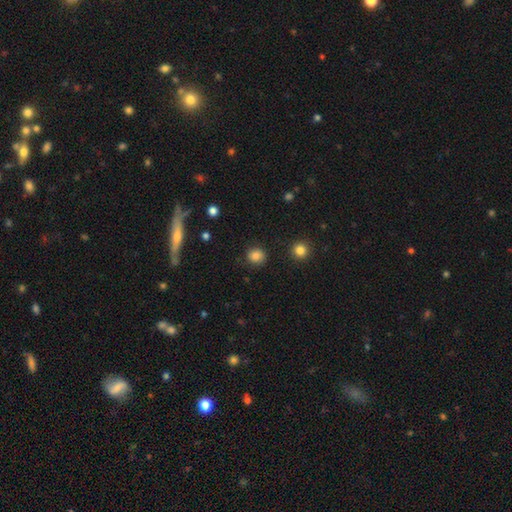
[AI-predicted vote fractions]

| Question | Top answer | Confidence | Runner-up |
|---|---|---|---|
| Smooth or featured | smooth | 82% | star or artifact (12%) |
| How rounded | round | 86% | in between (13%) |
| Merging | none | 88% | minor disturbance (8%) |